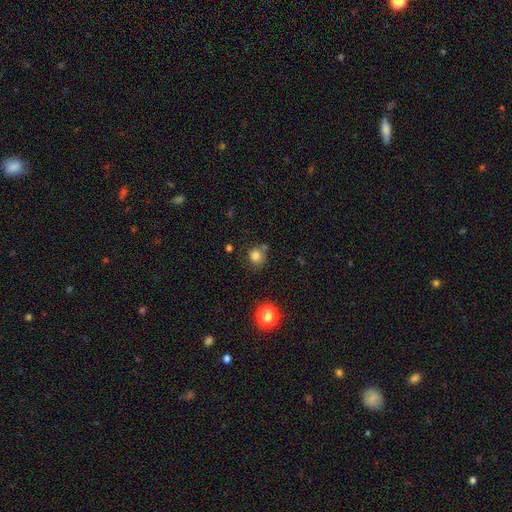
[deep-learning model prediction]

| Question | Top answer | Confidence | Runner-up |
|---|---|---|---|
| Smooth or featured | smooth | 81% | star or artifact (14%) |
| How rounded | round | 88% | in between (11%) |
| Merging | none | 70% | minor disturbance (14%) |